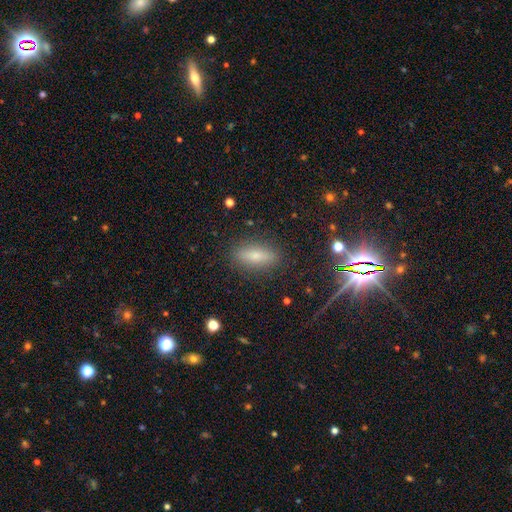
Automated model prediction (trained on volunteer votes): A smooth galaxy with no disk features (66%) that is in between round and cigar-shaped (59%). Merging: none (87%).